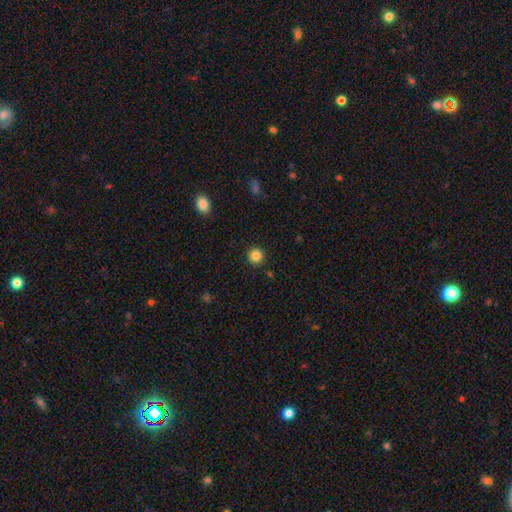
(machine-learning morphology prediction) smooth-or-featured: smooth: 84% | star or artifact: 11% | featured or disk: 4%
  how-rounded: round: 95% | in between: 4% | cigar-shaped: 1%
  merging: none: 92% | minor disturbance: 5% | major disturbance: 2% | merger: 1%